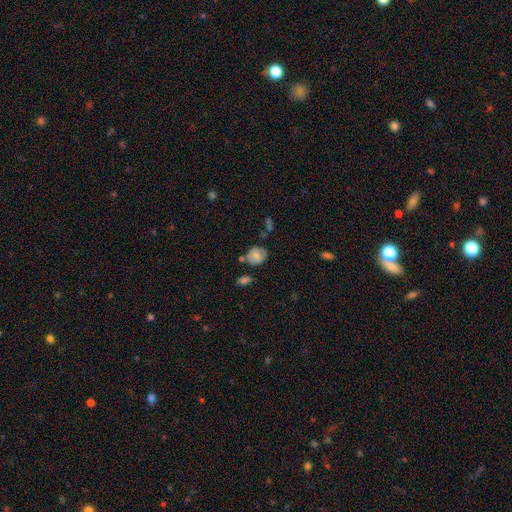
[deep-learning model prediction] Q: Smooth or featured?
A: smooth (69%); runner-up: featured or disk (22%)
Q: How rounded?
A: round (63%); runner-up: in between (36%)
Q: Merging?
A: none (64%); runner-up: minor disturbance (20%)